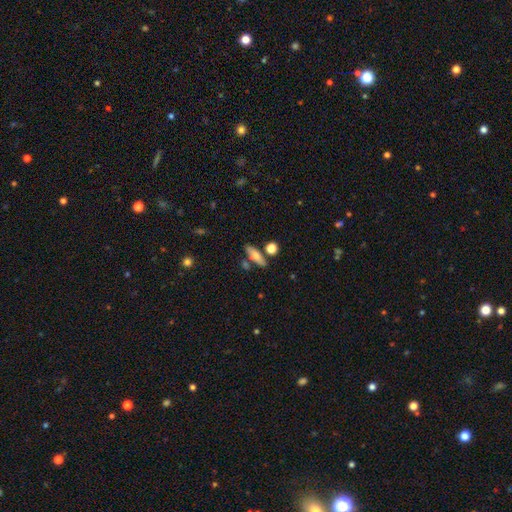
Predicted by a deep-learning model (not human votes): The model was most divided on "how rounded": cigar-shaped: 51%, in between: 44%, round: 5%. More confident: merging — none (72%); smooth or featured — smooth (71%).